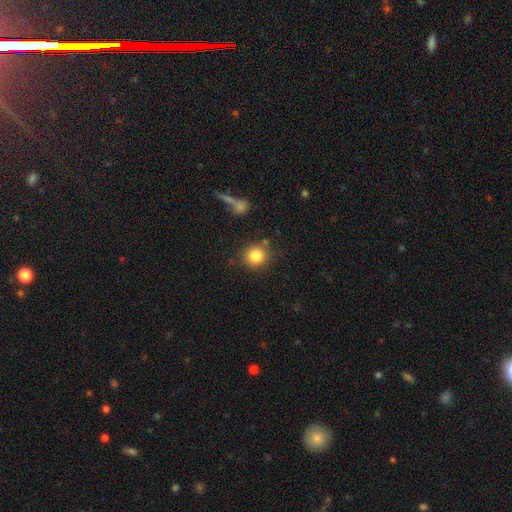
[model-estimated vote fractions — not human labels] smooth 84%, star or artifact 10%, featured or disk 6%. Down the decision tree: how rounded — round (89%); merging — none (82%).